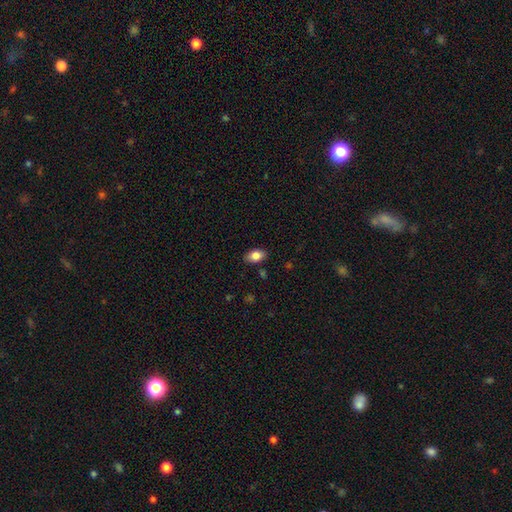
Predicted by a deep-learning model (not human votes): Smooth or featured: smooth — 83% (featured or disk — 9%)
How rounded: in between — 88% (round — 10%)
Merging: none — 86% (minor disturbance — 10%)